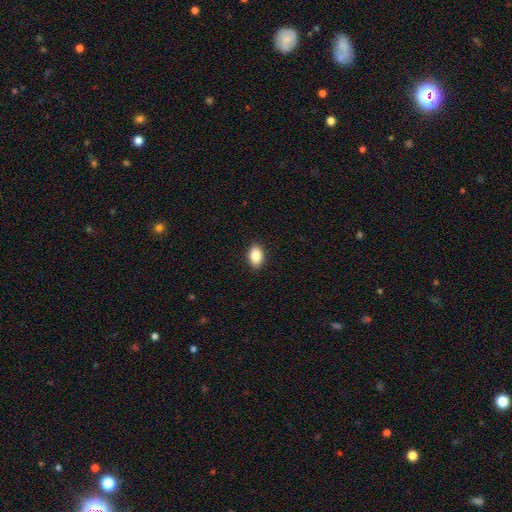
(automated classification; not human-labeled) smooth_or_featured: smooth (p=0.87) [alt: star or artifact p=0.08]
how_rounded: in between (p=0.87) [alt: round p=0.12]
merging: none (p=0.90) [alt: minor disturbance p=0.07]